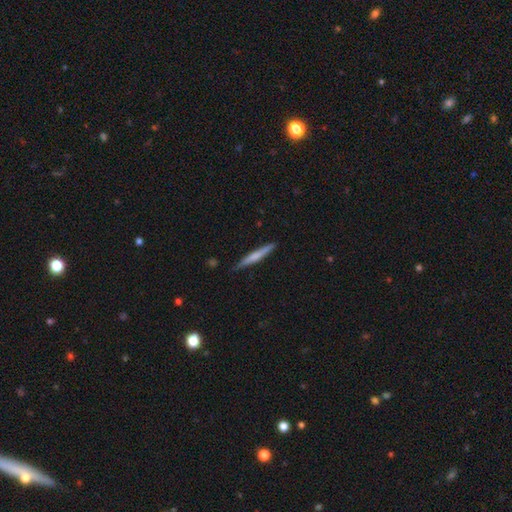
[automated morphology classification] A smooth galaxy with no disk features (55%) that is cigar-shaped (95%).

Vote fractions:
- Smooth or featured? smooth: 55% / featured or disk: 39% / star or artifact: 5%
- How rounded? cigar-shaped: 95% / in between: 3% / round: 1%
- Merging? none: 84% / minor disturbance: 12% / major disturbance: 2% / merger: 1%